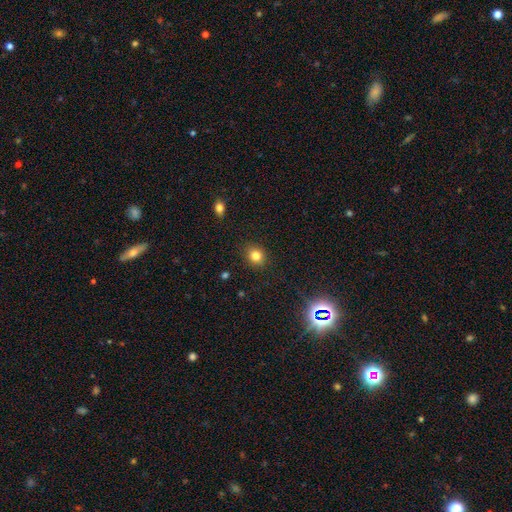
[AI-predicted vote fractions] Smooth or featured? smooth (80%)
How rounded? round (78%)
Merging? none (89%)